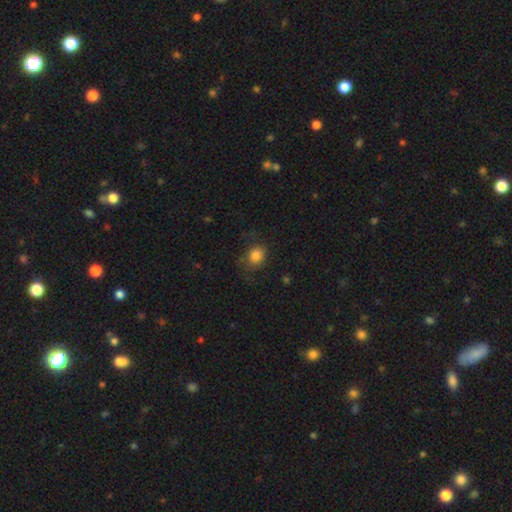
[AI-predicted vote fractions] This appears to be a smooth galaxy with no disk features (82%) that is round (51%). Merging: none (67%).